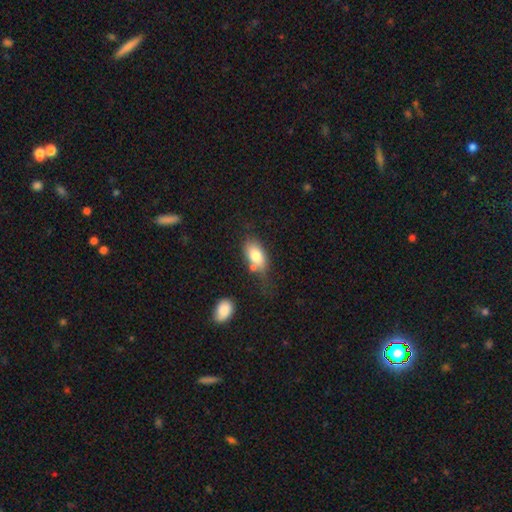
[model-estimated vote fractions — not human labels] Morphology: type=smooth (79%); roundness=in between (90%); merging=none (50%).